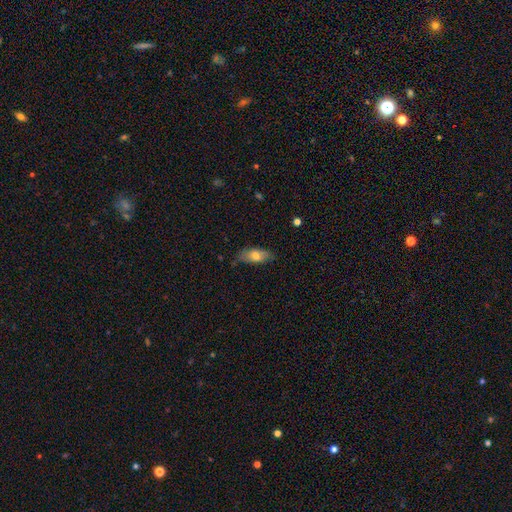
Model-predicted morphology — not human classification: Q: Smooth or featured?
A: smooth (70%); runner-up: featured or disk (23%)
Q: How rounded?
A: in between (82%); runner-up: cigar-shaped (15%)
Q: Merging?
A: none (73%); runner-up: minor disturbance (22%)